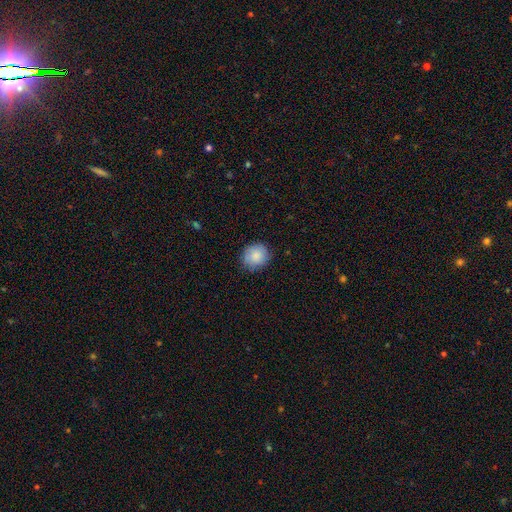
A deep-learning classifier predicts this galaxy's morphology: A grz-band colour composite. It shows a smooth galaxy with no disk features (86%) that is round (78%). Merging: none (82%).